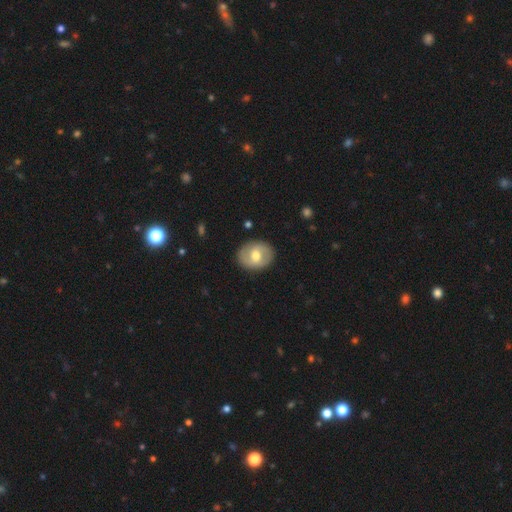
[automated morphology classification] Smooth or featured? featured or disk (50%)
Edge-on disk? no (95%)
Merging? none (86%)